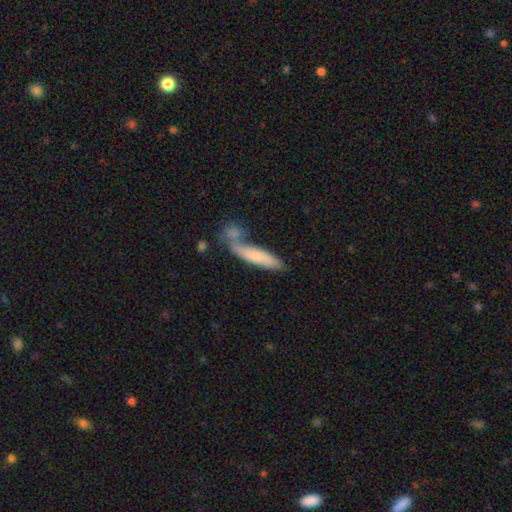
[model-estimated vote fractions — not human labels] The model was most divided on "merging": none: 48%, merger: 31%, minor disturbance: 16%, major disturbance: 6%. More confident: how rounded — cigar-shaped (78%); smooth or featured — smooth (69%).